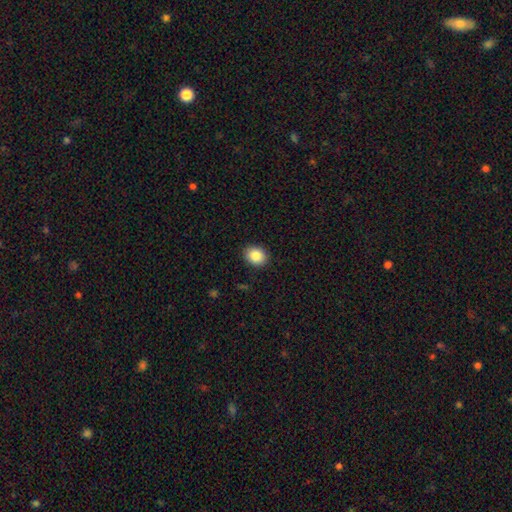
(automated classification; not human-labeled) A smooth galaxy with no disk features (87%) that is round (50%).

Vote fractions:
- Smooth or featured? smooth: 87% / star or artifact: 8% / featured or disk: 5%
- How rounded? round: 50% / in between: 49% / cigar-shaped: 1%
- Merging? none: 90% / minor disturbance: 7% / major disturbance: 2% / merger: 1%